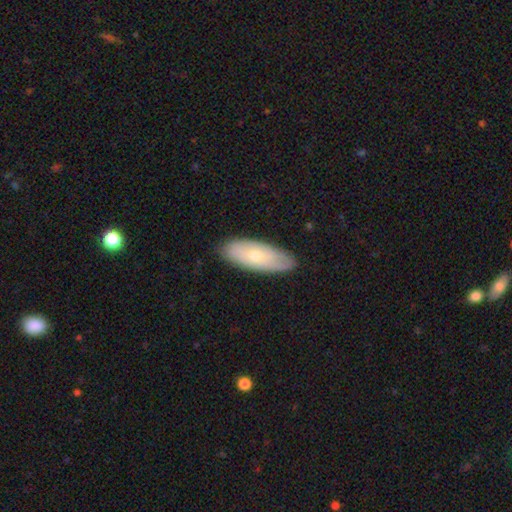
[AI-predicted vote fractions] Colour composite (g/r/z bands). It shows a smooth galaxy with no disk features (56%) that is in between round and cigar-shaped (77%). Merging: none (84%).